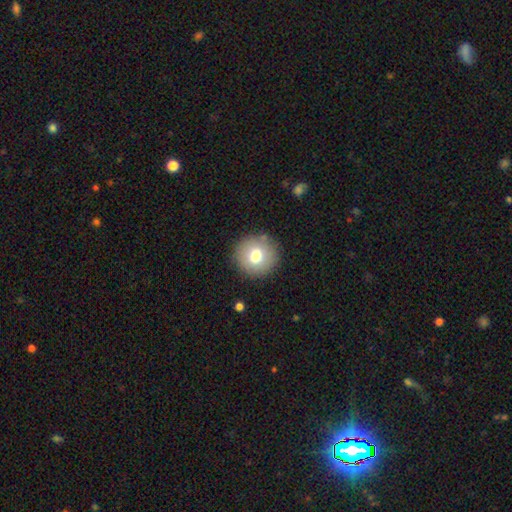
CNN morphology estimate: The model was most divided on "smooth or featured": smooth: 74%, featured or disk: 16%, star or artifact: 10%. More confident: how rounded — round (93%); merging — none (87%).